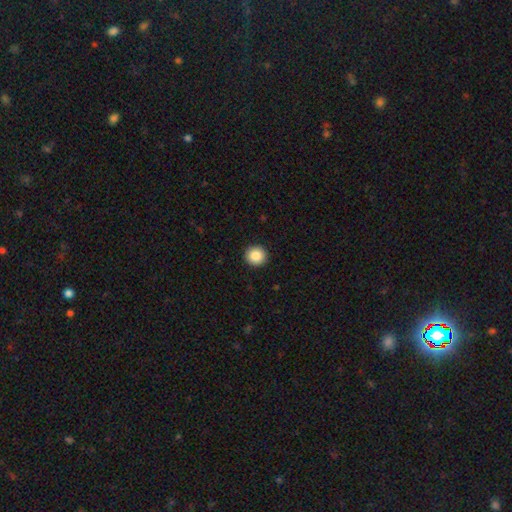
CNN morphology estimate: type=smooth (87%); roundness=round (94%); merging=none (93%).